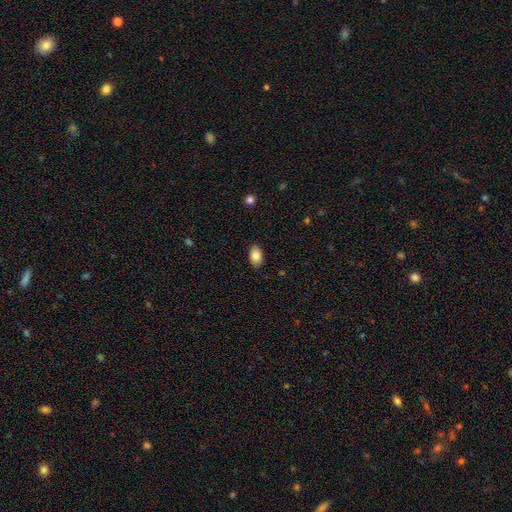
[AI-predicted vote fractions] smooth 86%, star or artifact 7%, featured or disk 7%. Down the decision tree: how rounded — in between (91%); merging — none (88%).